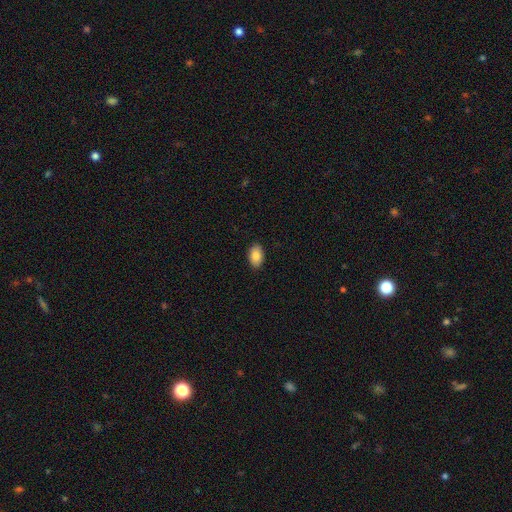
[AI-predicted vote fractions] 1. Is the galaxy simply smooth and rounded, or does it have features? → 86% smooth, 7% star or artifact, 7% featured or disk.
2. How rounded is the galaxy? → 91% in between, 8% round, 1% cigar-shaped.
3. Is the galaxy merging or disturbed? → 90% none, 8% minor disturbance, 2% major disturbance, 1% merger.